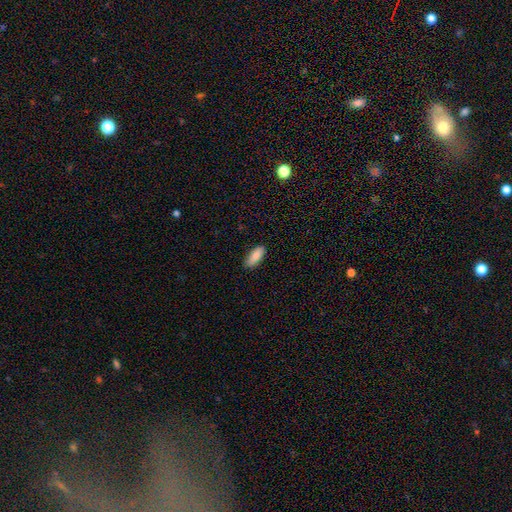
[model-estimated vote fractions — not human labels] smooth-or-featured: smooth: 88% | star or artifact: 6% | featured or disk: 5%
  how-rounded: in between: 75% | cigar-shaped: 23% | round: 2%
  merging: none: 85% | minor disturbance: 12% | major disturbance: 2% | merger: 1%